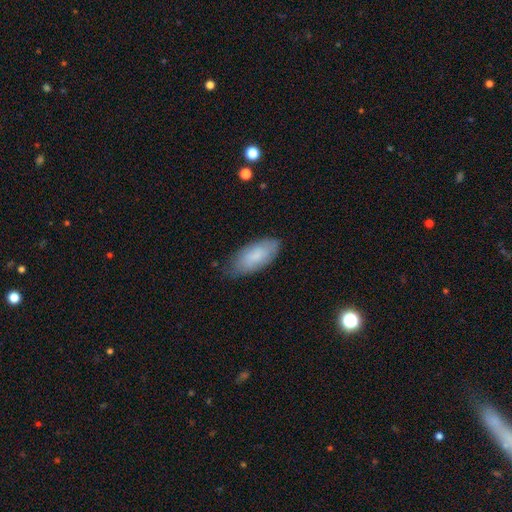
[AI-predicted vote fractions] Smooth or featured? smooth (78%)
How rounded? in between (88%)
Merging? none (74%)